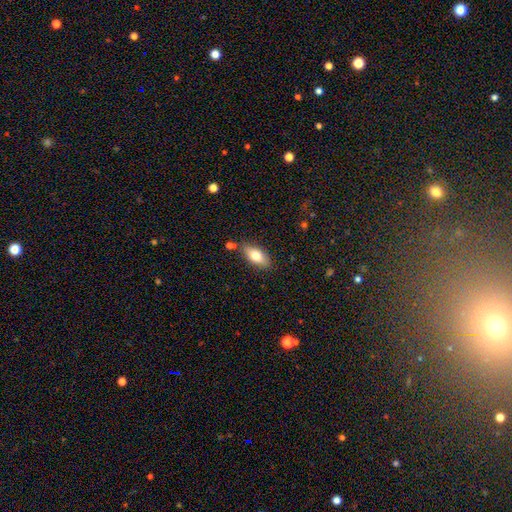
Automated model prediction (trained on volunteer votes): Smooth or featured: smooth — 78% (featured or disk — 16%)
How rounded: in between — 87% (cigar-shaped — 9%)
Merging: none — 77% (minor disturbance — 15%)